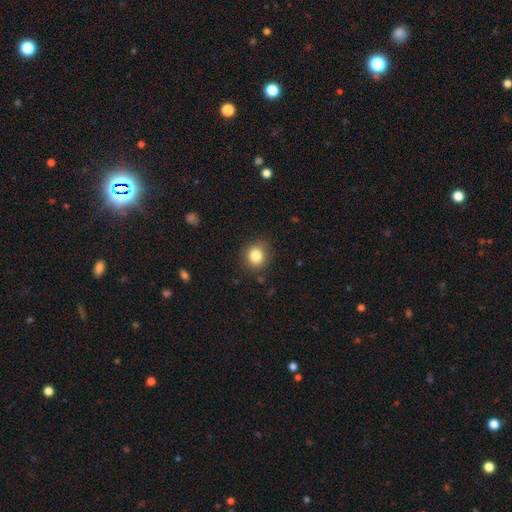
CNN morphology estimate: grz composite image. It shows a smooth galaxy with no disk features (83%) that is round (86%). Merging: none (87%).